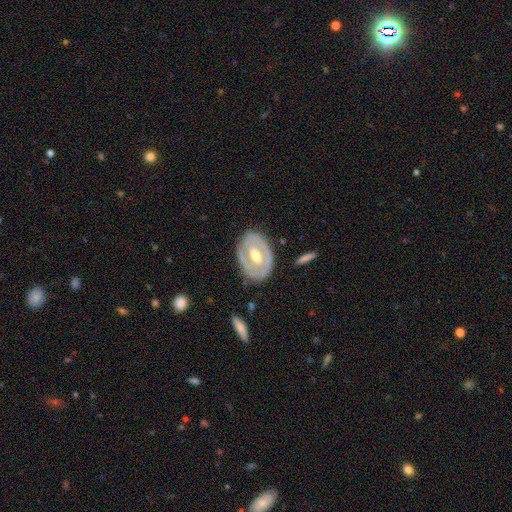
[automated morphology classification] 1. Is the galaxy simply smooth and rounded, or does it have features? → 74% featured or disk, 21% smooth, 4% star or artifact.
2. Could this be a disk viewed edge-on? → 94% no, 6% yes.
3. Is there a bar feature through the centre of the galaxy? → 39% weak (tied), 39% no (tied), 22% strong.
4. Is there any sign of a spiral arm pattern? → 53% yes, 47% no.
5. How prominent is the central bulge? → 73% moderate, 13% large, 12% small, 1% none, 1% dominant.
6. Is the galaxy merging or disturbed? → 77% none, 16% minor disturbance, 5% major disturbance, 2% merger.